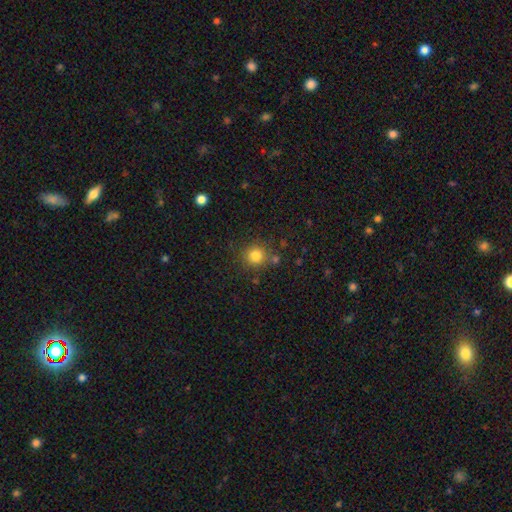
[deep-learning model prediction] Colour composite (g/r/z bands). It shows a smooth galaxy with no disk features (81%) that is round (91%). Merging: none (81%).